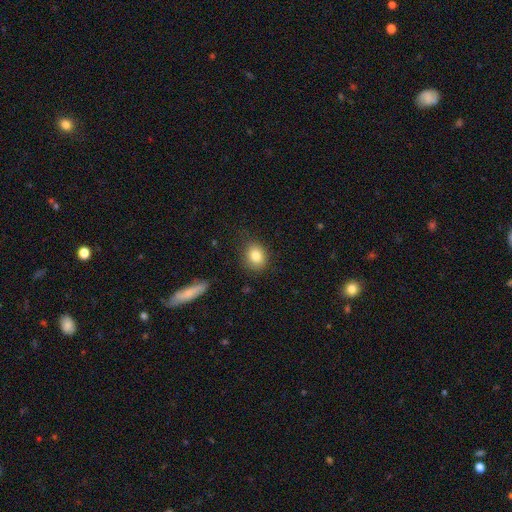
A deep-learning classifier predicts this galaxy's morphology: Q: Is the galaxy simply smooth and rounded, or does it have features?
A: smooth — 83%.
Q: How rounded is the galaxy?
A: round — 54%.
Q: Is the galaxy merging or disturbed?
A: none — 82%.